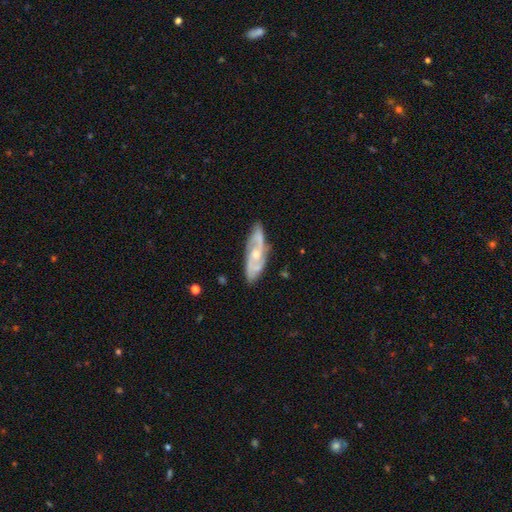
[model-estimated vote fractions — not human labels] The model was most divided on "bulge size": moderate: 51%, small: 43%, none: 3%, large: 2%, dominant: 1%. Remaining: spiral arms — yes (88%); edge-on disk — no (82%); merging — none (77%); smooth or featured — featured or disk (76%); bar — no (65%); spiral arm count — 2 (54%); spiral winding — medium (47%).